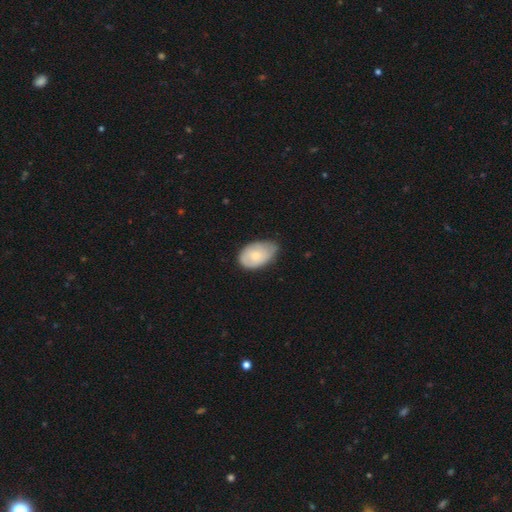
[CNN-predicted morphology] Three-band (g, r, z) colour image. It shows a smooth galaxy with no disk features (71%) that is in between round and cigar-shaped (88%). Merging: minor disturbance (47%).